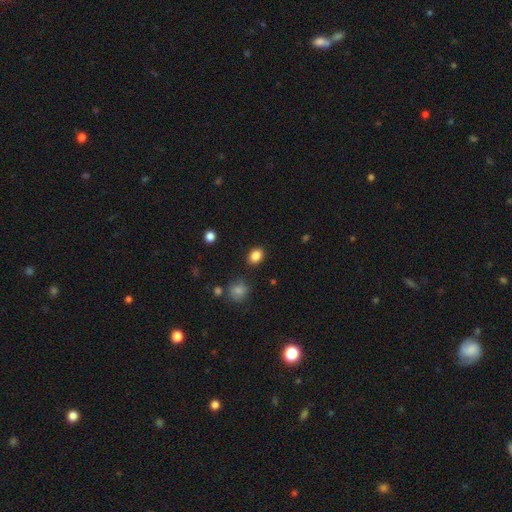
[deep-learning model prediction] Smooth or featured: smooth — 85% (star or artifact — 10%)
How rounded: in between — 58% (round — 41%)
Merging: none — 86% (minor disturbance — 10%)